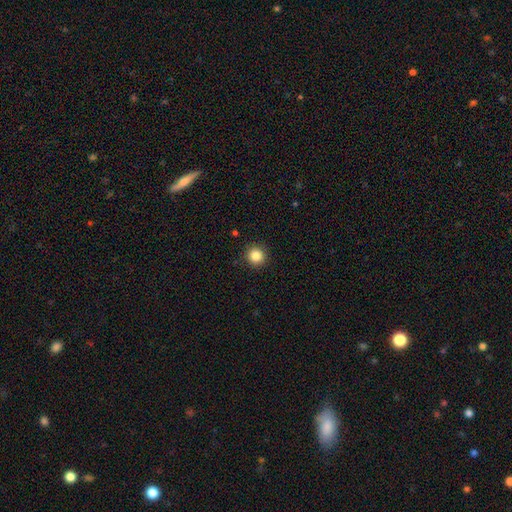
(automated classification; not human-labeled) Smooth or featured?
  - smooth: 85% *
  - star or artifact: 11%
  - featured or disk: 4%
How rounded?
  - round: 94% *
  - in between: 5%
  - cigar-shaped: 1%
Merging?
  - none: 91% *
  - minor disturbance: 6%
  - major disturbance: 2%
  - merger: 1%